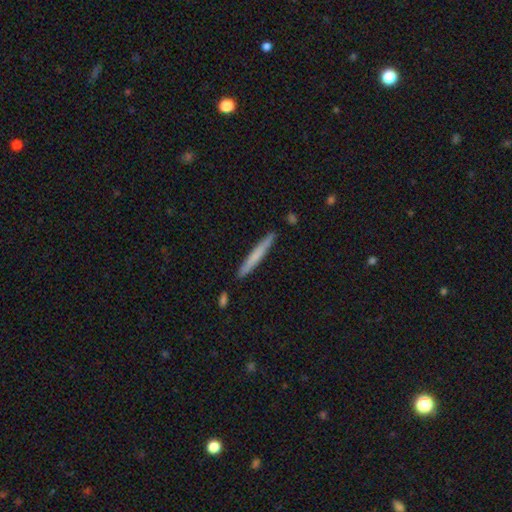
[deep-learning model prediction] This appears to be a smooth galaxy with no disk features (64%) that is cigar-shaped (97%). Merging: none (89%).